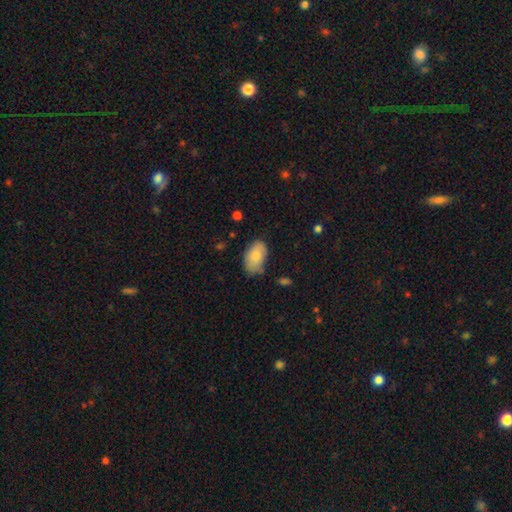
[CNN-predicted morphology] type=smooth (81%); roundness=in between (92%); merging=none (67%).